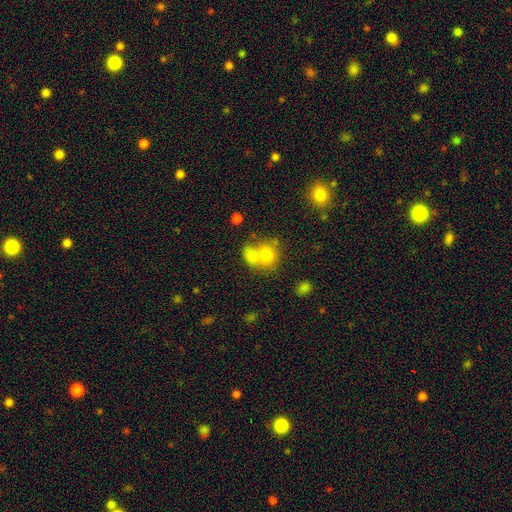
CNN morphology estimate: Overall: smooth (76%). How rounded: round (66%; in between 33%). Merging: merger (51%; none 36%).